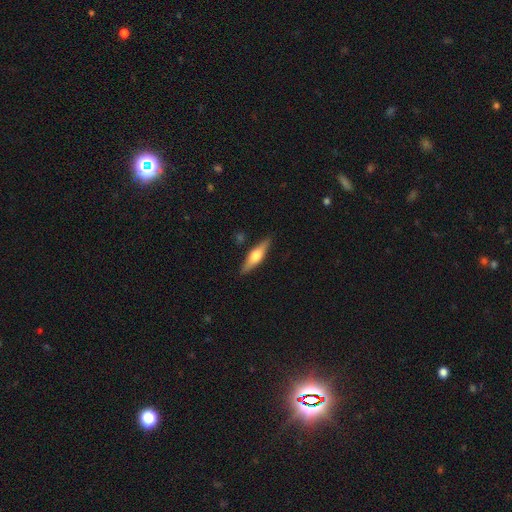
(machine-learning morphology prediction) Smooth or featured? featured or disk (54%)
Edge-on disk? yes (94%)
Edge-on bulge? rounded (91%)
Merging? none (88%)